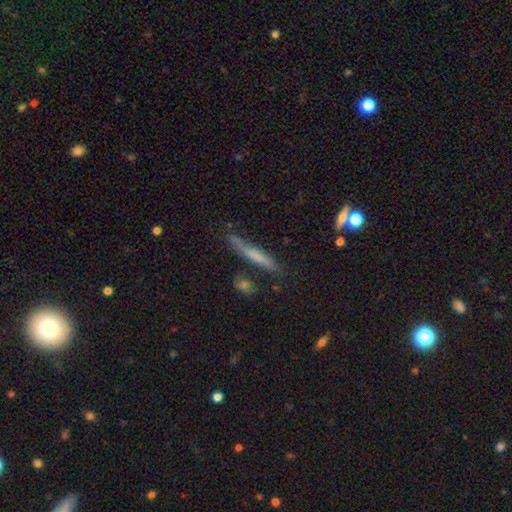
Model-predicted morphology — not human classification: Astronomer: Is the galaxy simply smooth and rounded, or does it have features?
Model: smooth — 56% (runner-up: featured or disk, 37%).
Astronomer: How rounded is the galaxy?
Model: cigar-shaped — 93%.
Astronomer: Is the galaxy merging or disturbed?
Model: none — 73%.